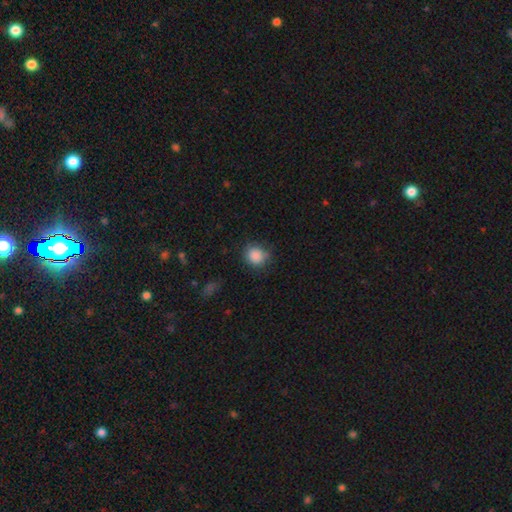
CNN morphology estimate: smooth_or_featured: smooth (p=0.87) [alt: star or artifact p=0.09]
how_rounded: round (p=0.80) [alt: in between p=0.19]
merging: none (p=0.76) [alt: minor disturbance p=0.18]